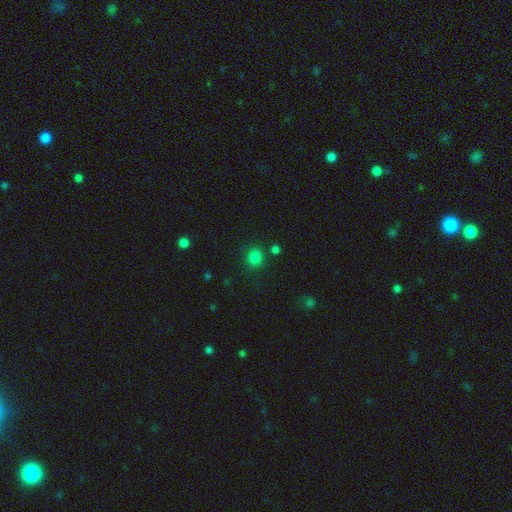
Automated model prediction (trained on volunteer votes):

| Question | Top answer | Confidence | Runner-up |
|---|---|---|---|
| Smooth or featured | smooth | 82% | star or artifact (14%) |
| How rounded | round | 85% | in between (14%) |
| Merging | none | 82% | minor disturbance (9%) |